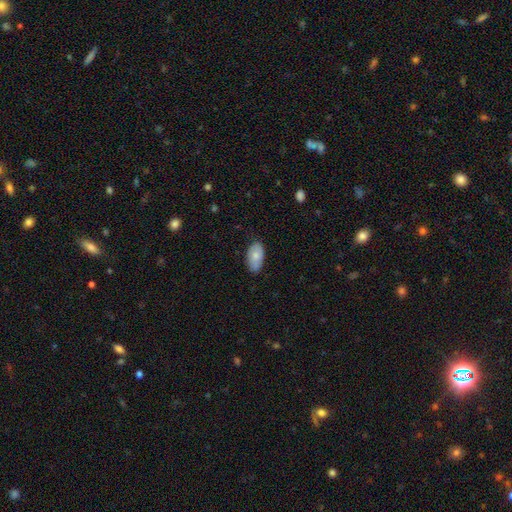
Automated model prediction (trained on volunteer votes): smooth-or-featured: smooth: 75% | featured or disk: 19% | star or artifact: 6%
  how-rounded: in between: 94% | round: 3% | cigar-shaped: 2%
  merging: none: 74% | minor disturbance: 22% | major disturbance: 3% | merger: 1%